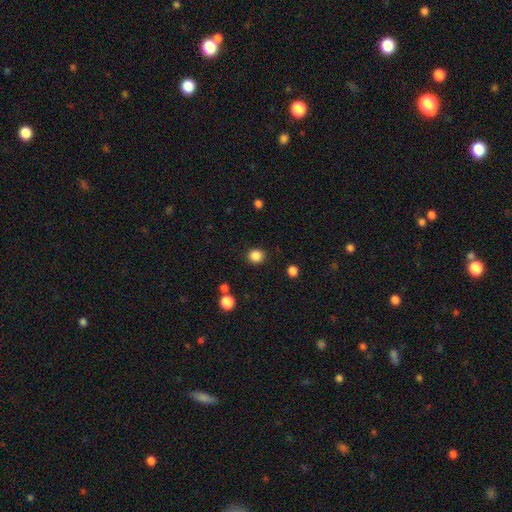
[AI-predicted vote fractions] A smooth galaxy with no disk features (86%) that is round (87%). Merging: none (89%).